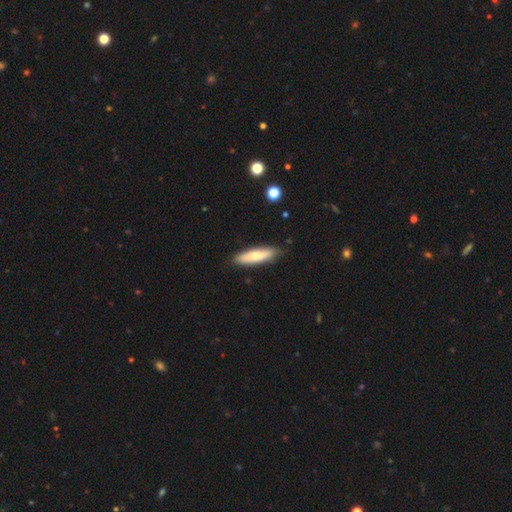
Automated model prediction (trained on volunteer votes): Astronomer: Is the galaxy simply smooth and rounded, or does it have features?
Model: smooth — 68%.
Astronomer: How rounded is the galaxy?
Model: cigar-shaped — 64%.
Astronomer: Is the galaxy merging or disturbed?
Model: none — 85%.